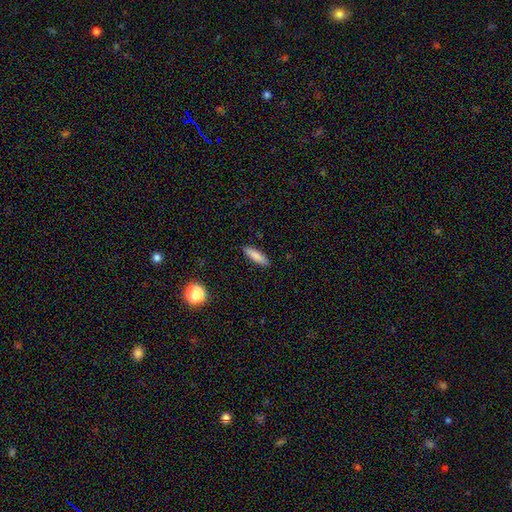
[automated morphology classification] smooth-or-featured: smooth: 83% | featured or disk: 10% | star or artifact: 7%
  how-rounded: cigar-shaped: 70% | in between: 28% | round: 2%
  merging: none: 90% | minor disturbance: 7% | major disturbance: 2% | merger: 1%